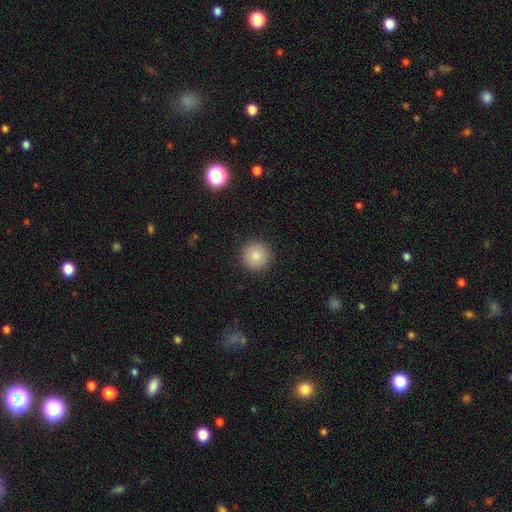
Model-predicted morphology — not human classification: This appears to be a smooth galaxy with no disk features (85%) that is round (95%). Merging: none (92%).